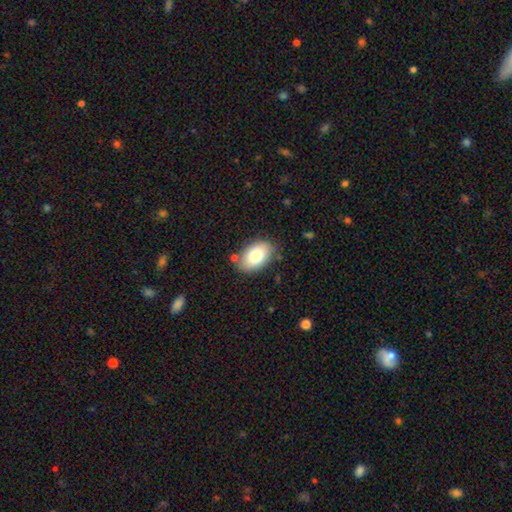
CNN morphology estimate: Smooth or featured?
  - smooth: 78% *
  - featured or disk: 14%
  - star or artifact: 7%
How rounded?
  - in between: 91% *
  - round: 8%
  - cigar-shaped: 1%
Merging?
  - none: 81% *
  - minor disturbance: 12%
  - merger: 3%
  - major disturbance: 3%